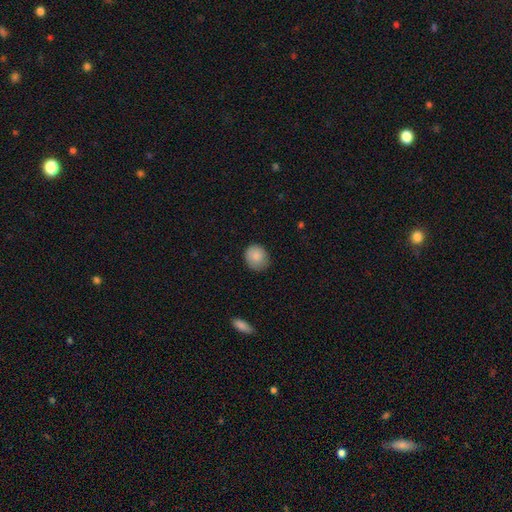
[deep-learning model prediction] Overall: smooth (86%). How rounded: round (78%). Merging: none (80%).